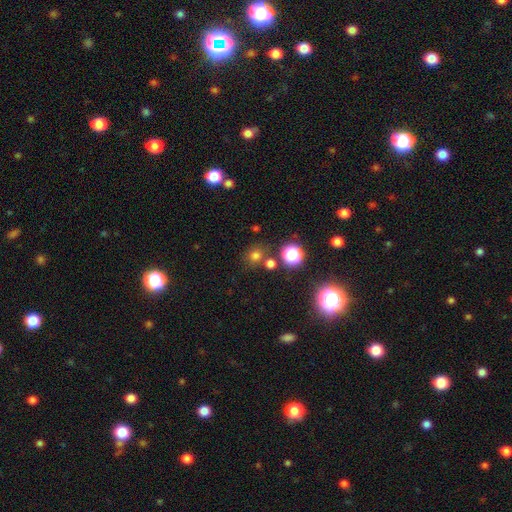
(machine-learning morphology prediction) This appears to be a smooth galaxy with no disk features (68%) that is round (82%). Merging: none (75%).